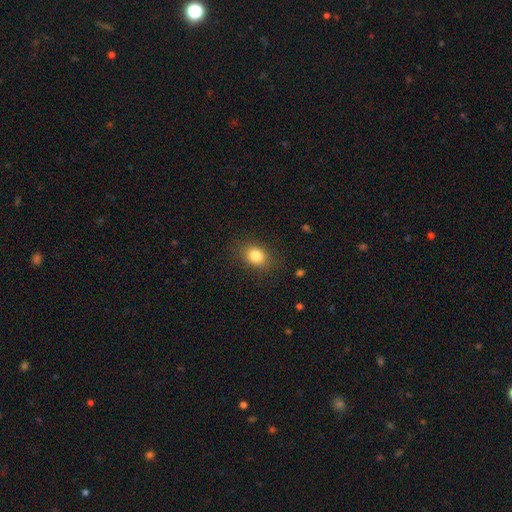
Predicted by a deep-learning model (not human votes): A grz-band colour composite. It shows a smooth galaxy with no disk features (83%) that is in between round and cigar-shaped (54%). Merging: none (83%).